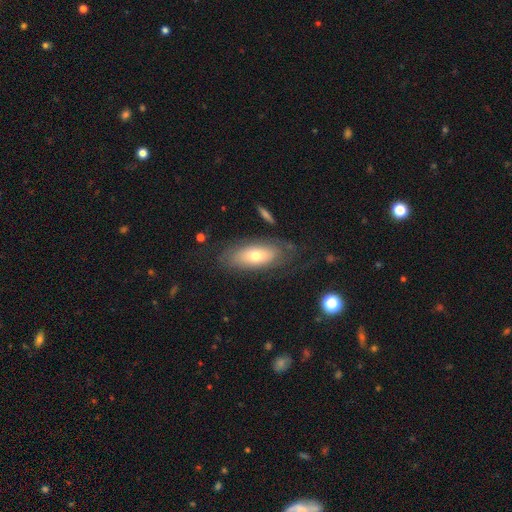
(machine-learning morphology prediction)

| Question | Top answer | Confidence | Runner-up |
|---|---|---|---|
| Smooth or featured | smooth | 54% | featured or disk (38%) |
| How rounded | in between | 83% | cigar-shaped (13%) |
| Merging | none | 69% | minor disturbance (19%) |